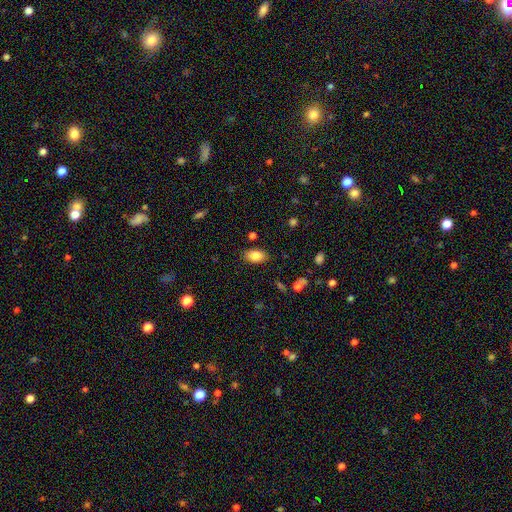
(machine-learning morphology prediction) Q: Smooth or featured?
A: smooth (84%); runner-up: star or artifact (8%)
Q: How rounded?
A: in between (90%); runner-up: round (8%)
Q: Merging?
A: none (85%); runner-up: minor disturbance (11%)